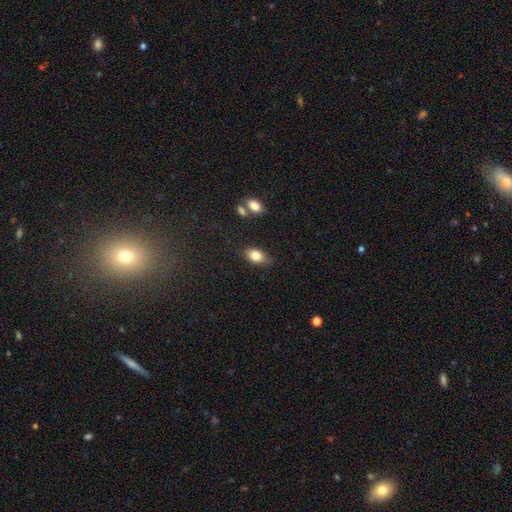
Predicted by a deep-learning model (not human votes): smooth_or_featured: smooth (p=0.81) [alt: featured or disk p=0.10]
how_rounded: in between (p=0.84) [alt: round p=0.13]
merging: none (p=0.71) [alt: minor disturbance p=0.21]